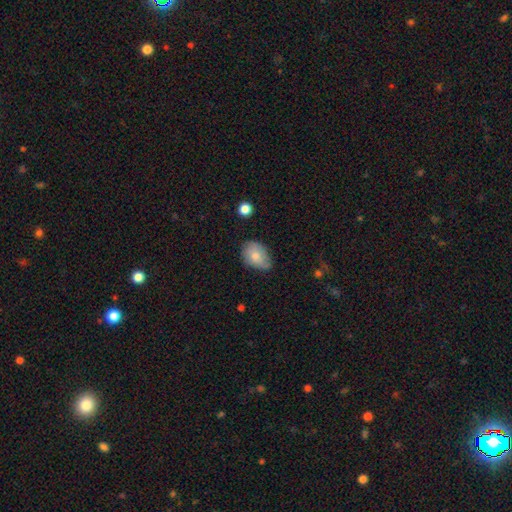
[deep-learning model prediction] The model was most divided on "merging": none: 57%, minor disturbance: 35%, major disturbance: 7%, merger: 2%. More confident: how rounded — in between (80%); smooth or featured — smooth (74%).